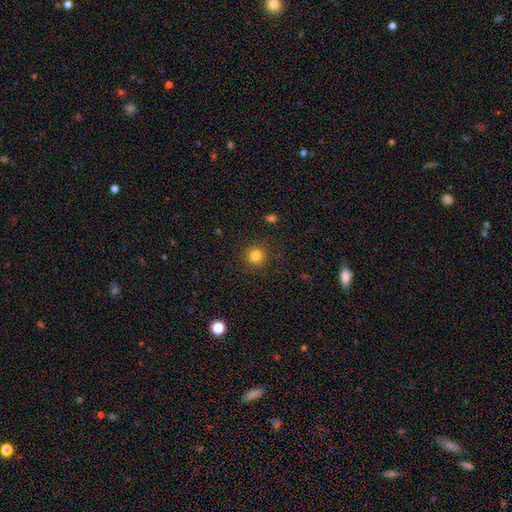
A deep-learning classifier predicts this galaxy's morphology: A smooth galaxy with no disk features (82%) that is round (94%). Merging: none (90%).